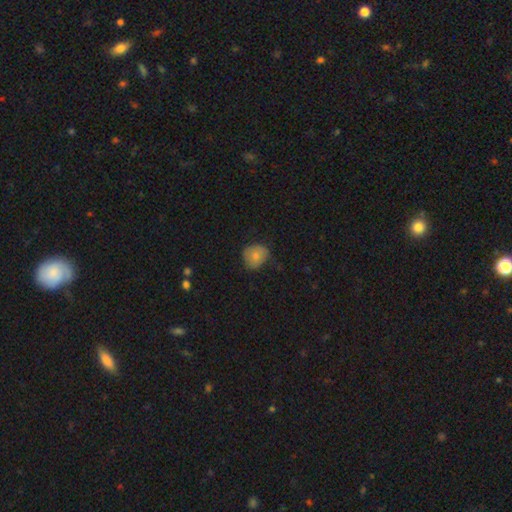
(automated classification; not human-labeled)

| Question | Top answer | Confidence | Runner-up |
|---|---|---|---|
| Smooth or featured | smooth | 75% | featured or disk (15%) |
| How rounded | round | 69% | in between (30%) |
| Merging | none | 60% | minor disturbance (31%) |